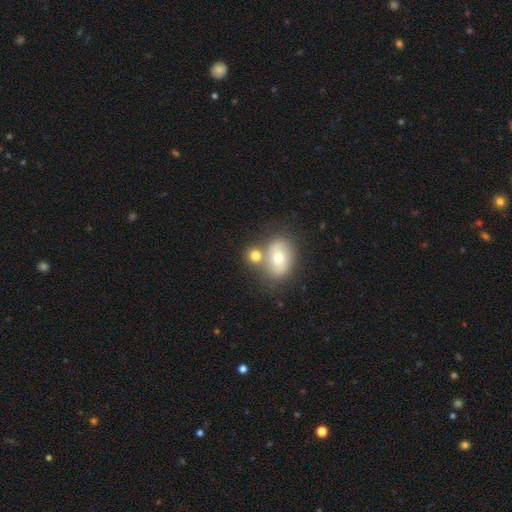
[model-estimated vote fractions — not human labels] A smooth galaxy with no disk features (72%) that is round (59%).

Vote fractions:
- Smooth or featured? smooth: 72% / featured or disk: 18% / star or artifact: 10%
- How rounded? round: 59% / in between: 39% / cigar-shaped: 2%
- Merging? none: 50% / merger: 35% / minor disturbance: 11% / major disturbance: 4%